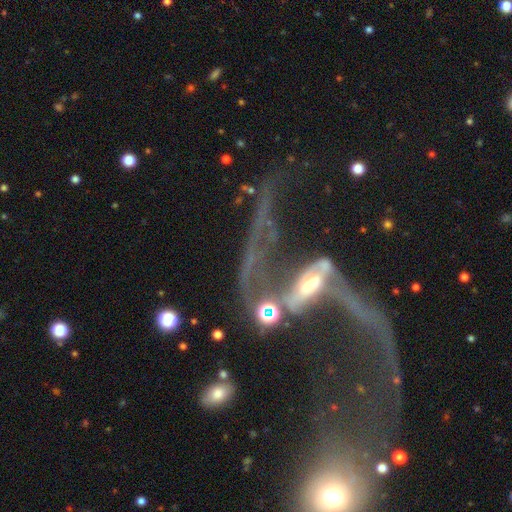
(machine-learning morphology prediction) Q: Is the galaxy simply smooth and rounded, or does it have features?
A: featured or disk — 85%.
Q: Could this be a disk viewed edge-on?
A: no — 90%.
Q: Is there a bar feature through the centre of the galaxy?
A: strong — 37%.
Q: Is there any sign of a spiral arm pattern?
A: yes — 86%.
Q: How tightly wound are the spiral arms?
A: loose — 90%.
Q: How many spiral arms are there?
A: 2 — 90%.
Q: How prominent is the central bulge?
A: small — 50%.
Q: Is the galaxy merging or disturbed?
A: major disturbance — 32%.